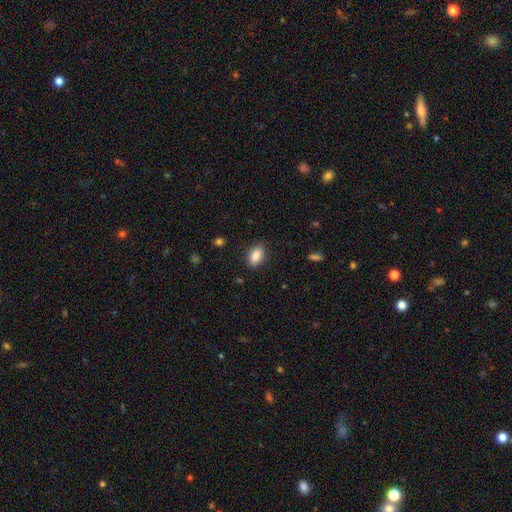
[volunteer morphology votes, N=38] This is clearly a smooth galaxy (87%). How rounded: clearly in between (100%). Merging: clearly none (95%).